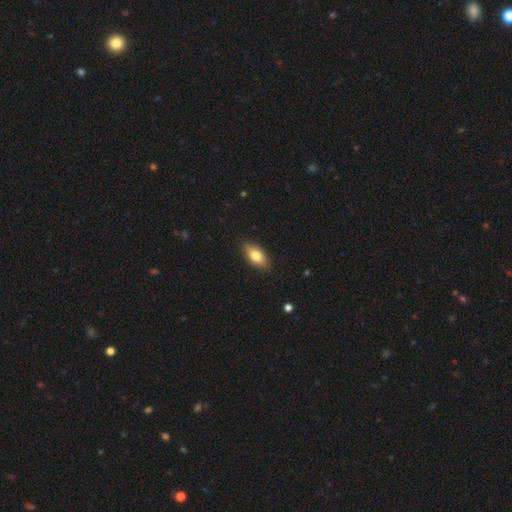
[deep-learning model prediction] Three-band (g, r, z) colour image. It shows a smooth galaxy with no disk features (78%) that is in between round and cigar-shaped (88%). Merging: none (88%).